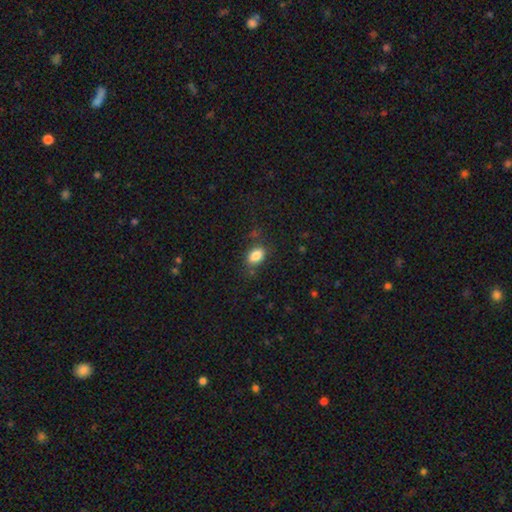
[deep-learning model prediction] smooth 84%, star or artifact 9%, featured or disk 6%. Down the decision tree: how rounded — in between (83%); merging — none (76%).